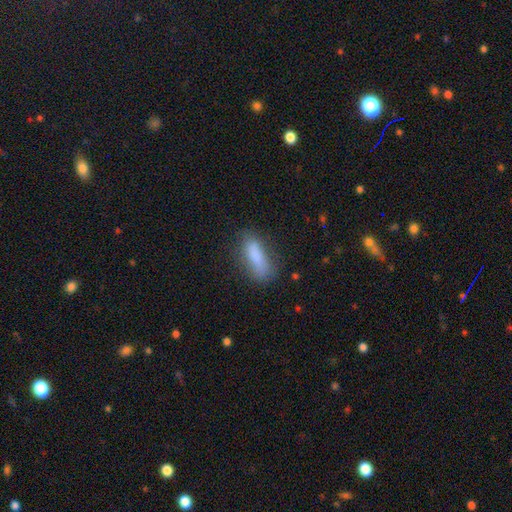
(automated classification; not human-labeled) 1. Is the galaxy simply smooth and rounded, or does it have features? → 81% smooth, 10% featured or disk, 8% star or artifact.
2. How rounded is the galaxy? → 53% in between, 45% cigar-shaped, 2% round.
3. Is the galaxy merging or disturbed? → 70% none, 20% minor disturbance, 8% major disturbance, 2% merger.